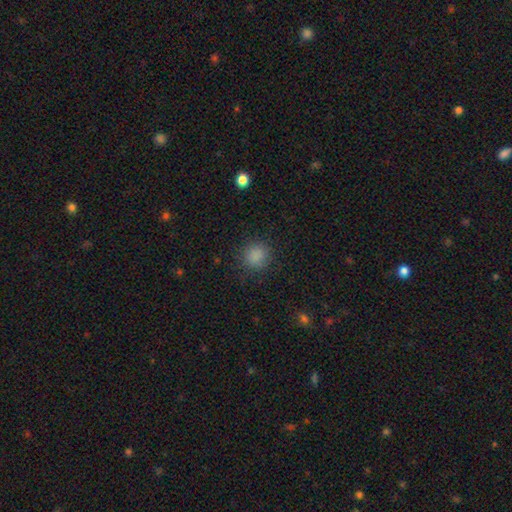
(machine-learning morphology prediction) This appears to be a smooth galaxy with no disk features (84%) that is round (90%). Merging: none (86%).